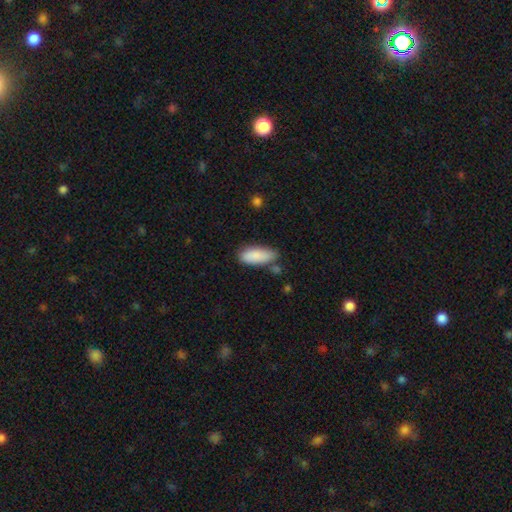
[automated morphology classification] Smooth or featured?
  - smooth: 87% *
  - featured or disk: 7%
  - star or artifact: 6%
How rounded?
  - in between: 80% *
  - cigar-shaped: 18%
  - round: 2%
Merging?
  - none: 69% *
  - minor disturbance: 21%
  - merger: 6%
  - major disturbance: 4%